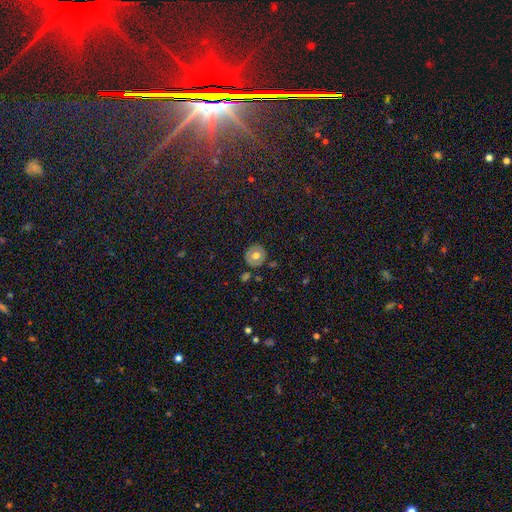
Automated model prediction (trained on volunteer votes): A smooth galaxy with no disk features (64%) that is round (91%).

Vote fractions:
- Smooth or featured? smooth: 64% / featured or disk: 27% / star or artifact: 9%
- How rounded? round: 91% / in between: 8% / cigar-shaped: 1%
- Merging? none: 86% / minor disturbance: 9% / merger: 3% / major disturbance: 2%